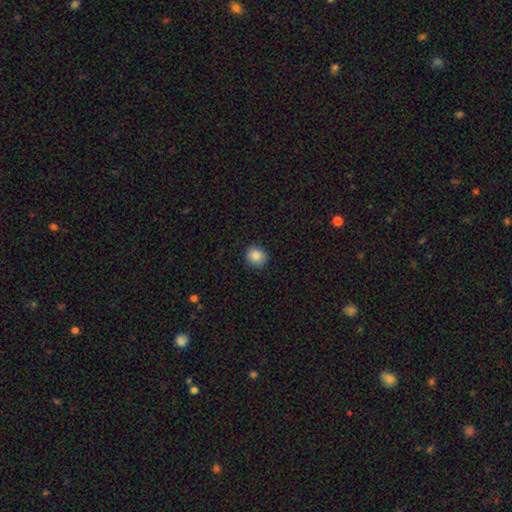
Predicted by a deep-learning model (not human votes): This appears to be a smooth galaxy with no disk features (84%) that is round (85%). Merging: none (89%).